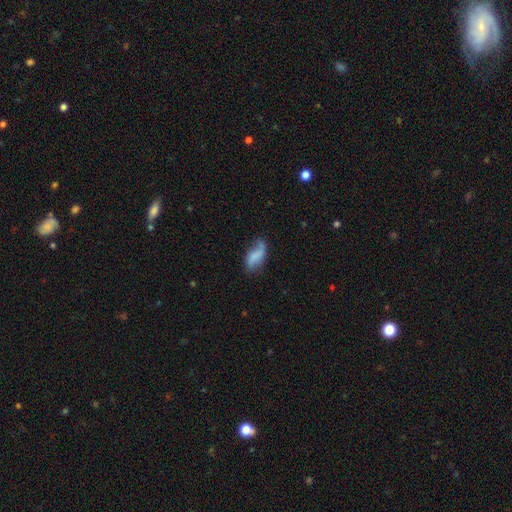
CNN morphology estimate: Smooth or featured: smooth — 50% (featured or disk — 41%)
How rounded: in between — 86% (cigar-shaped — 10%)
Merging: none — 58% (minor disturbance — 28%)